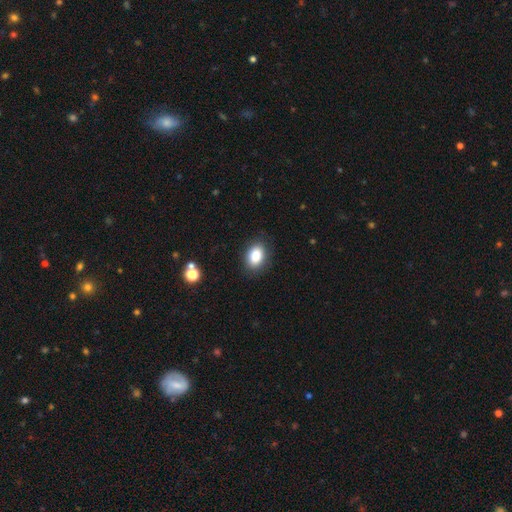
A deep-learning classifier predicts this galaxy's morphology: A smooth galaxy with no disk features (85%) that is in between round and cigar-shaped (81%). Merging: none (87%).